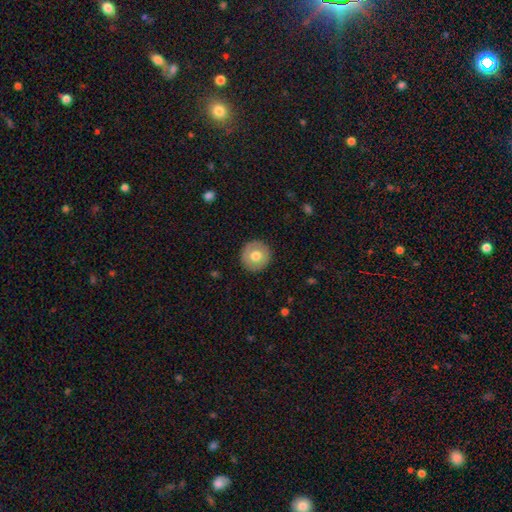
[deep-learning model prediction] This appears to be a smooth galaxy with no disk features (70%) that is round (94%). Merging: none (90%).